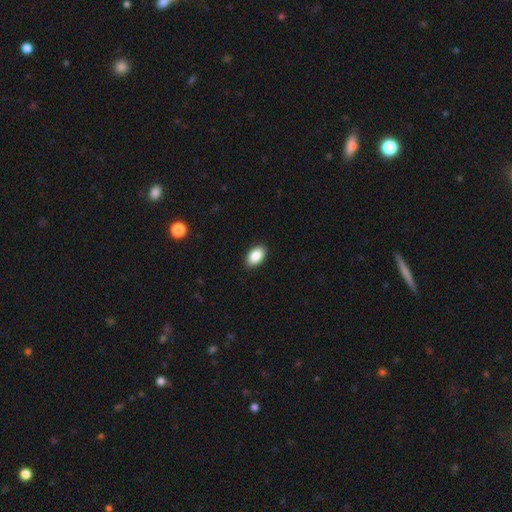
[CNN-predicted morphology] smooth 89%, star or artifact 7%, featured or disk 4%. Down the decision tree: how rounded — in between (93%); merging — none (90%).